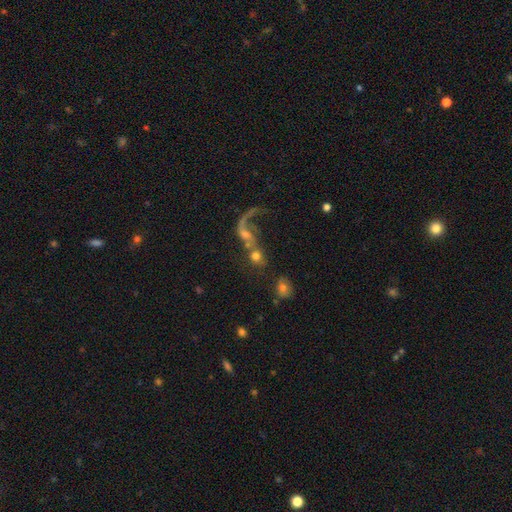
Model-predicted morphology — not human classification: A featured or disk galaxy (54%) with no bar (66%), spiral arms (63%) and a small central bulge (38%). Merging: merger (53%).